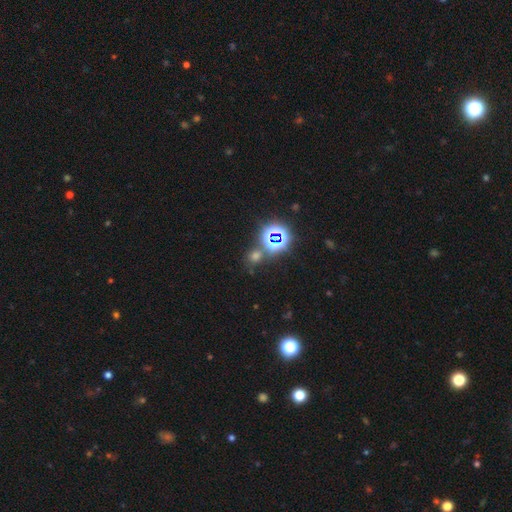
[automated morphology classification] The model was most divided on "smooth or featured": star or artifact: 52%, smooth: 40%, featured or disk: 7%.